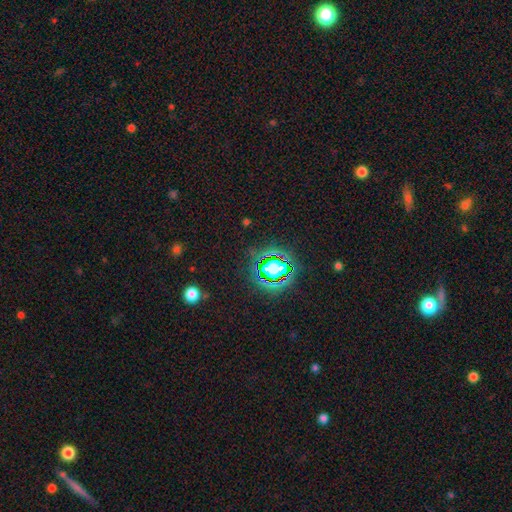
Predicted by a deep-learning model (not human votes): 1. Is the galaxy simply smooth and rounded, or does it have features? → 80% star or artifact, 13% smooth, 7% featured or disk.